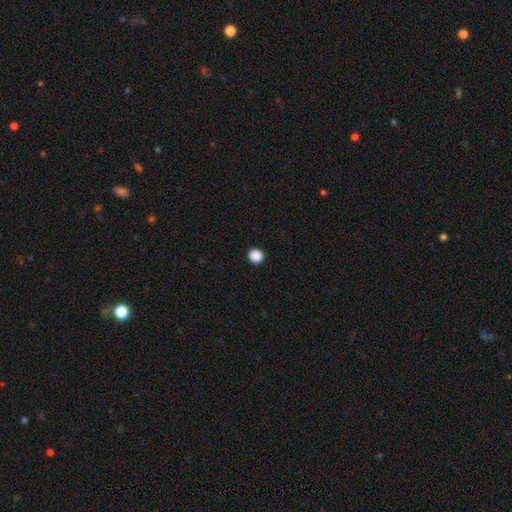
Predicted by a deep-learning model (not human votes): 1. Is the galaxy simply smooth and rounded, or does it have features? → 89% smooth, 9% star or artifact, 2% featured or disk.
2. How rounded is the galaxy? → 89% round, 10% in between, 1% cigar-shaped.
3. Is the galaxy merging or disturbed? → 93% none, 4% minor disturbance, 1% major disturbance, 1% merger.